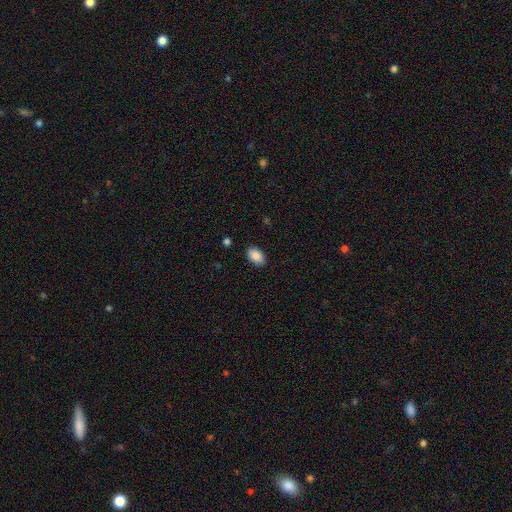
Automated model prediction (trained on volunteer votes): smooth 88%, star or artifact 7%, featured or disk 5%. Down the decision tree: how rounded — in between (91%); merging — none (88%).